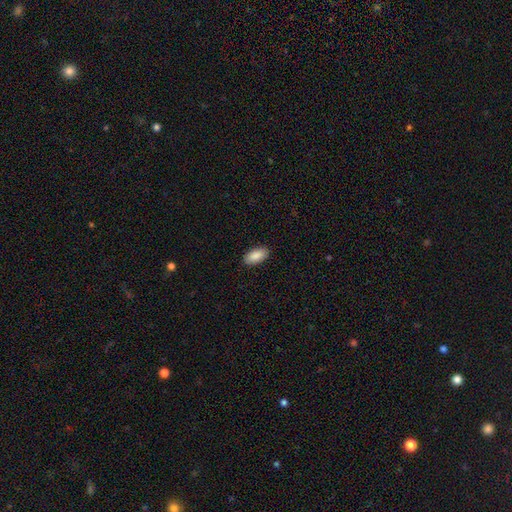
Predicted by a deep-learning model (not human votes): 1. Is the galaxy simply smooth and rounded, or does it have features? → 90% smooth, 6% star or artifact, 4% featured or disk.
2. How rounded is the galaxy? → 93% in between, 5% cigar-shaped, 2% round.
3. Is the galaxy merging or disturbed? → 89% none, 8% minor disturbance, 2% major disturbance, 1% merger.